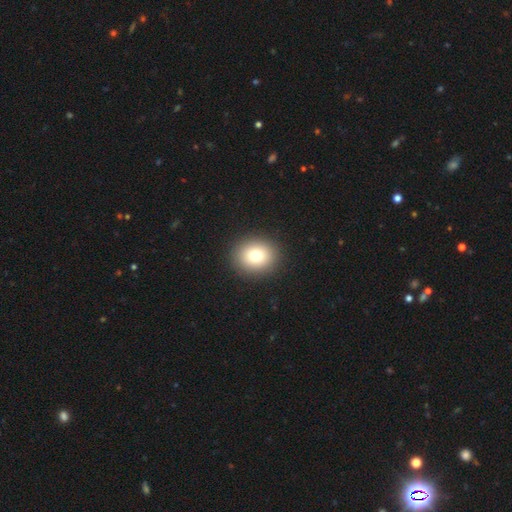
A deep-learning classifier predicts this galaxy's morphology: Overall: smooth (79%). How rounded: round (72%). Merging: none (91%).